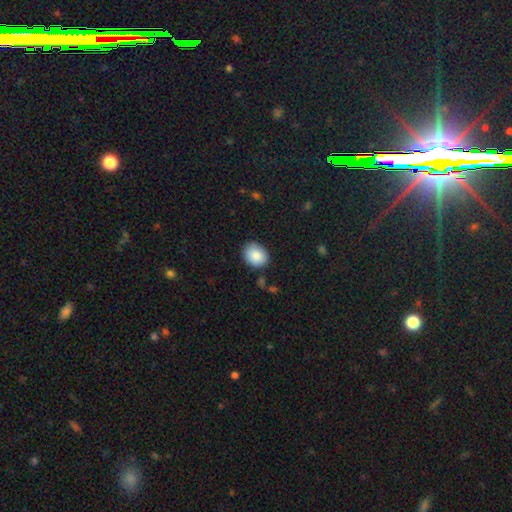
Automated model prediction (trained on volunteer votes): Smooth or featured: smooth — 86% (star or artifact — 7%)
How rounded: in between — 53% (round — 46%)
Merging: none — 84% (minor disturbance — 12%)